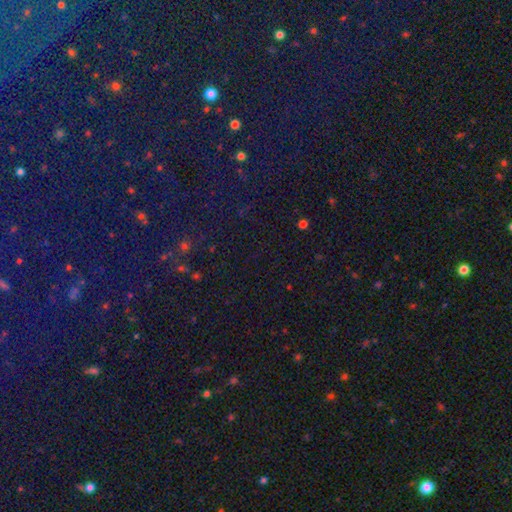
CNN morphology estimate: The model was most divided on "smooth or featured": star or artifact: 70%, smooth: 22%, featured or disk: 8%.